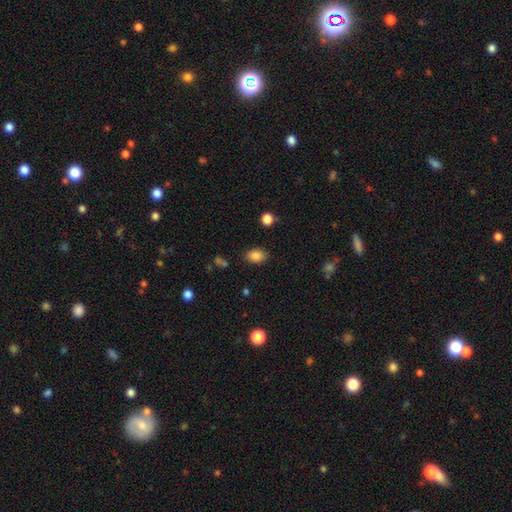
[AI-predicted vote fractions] A smooth galaxy with no disk features (85%) that is in between round and cigar-shaped (79%). Merging: none (84%).